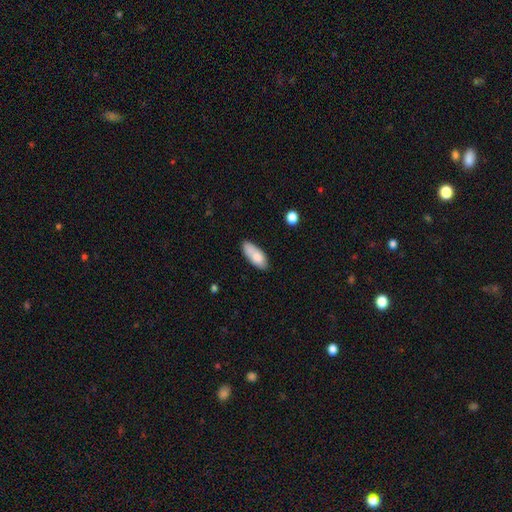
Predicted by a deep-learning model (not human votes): Overall: smooth (81%). How rounded: in between (80%). Merging: none (65%).